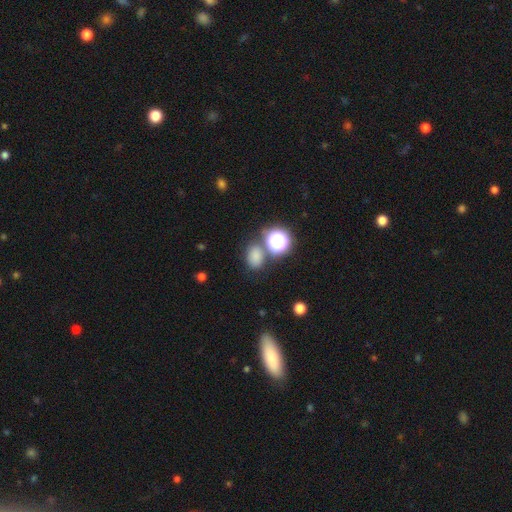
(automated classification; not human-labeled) smooth_or_featured: smooth (p=0.73) [alt: star or artifact p=0.20]
how_rounded: in between (p=0.58) [alt: round p=0.40]
merging: none (p=0.71) [alt: merger p=0.13]